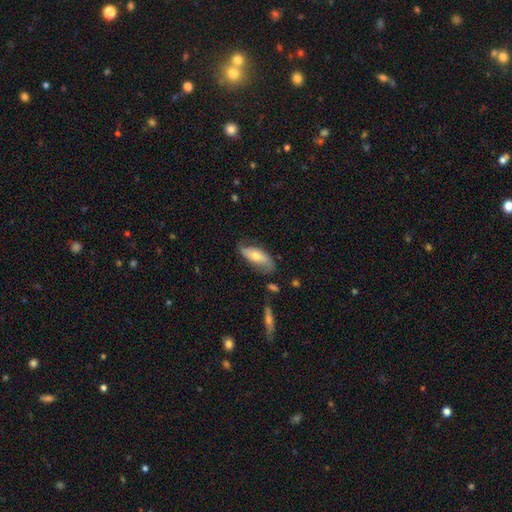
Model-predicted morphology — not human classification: This appears to be a smooth galaxy with no disk features (47%). Merging: none (62%).